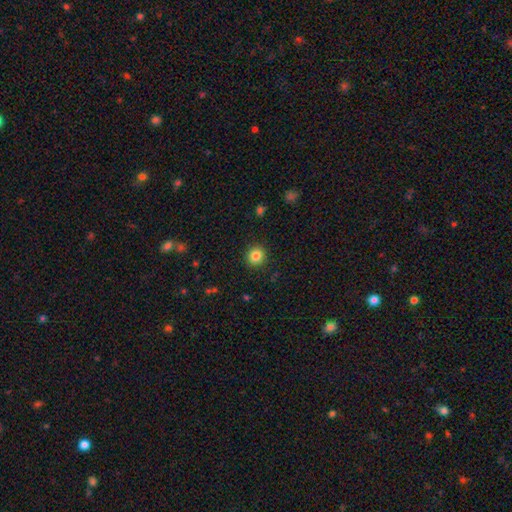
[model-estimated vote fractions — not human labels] Smooth or featured?
  - smooth: 84% *
  - star or artifact: 11%
  - featured or disk: 5%
How rounded?
  - round: 90% *
  - in between: 9%
  - cigar-shaped: 1%
Merging?
  - none: 91% *
  - minor disturbance: 6%
  - major disturbance: 2%
  - merger: 1%